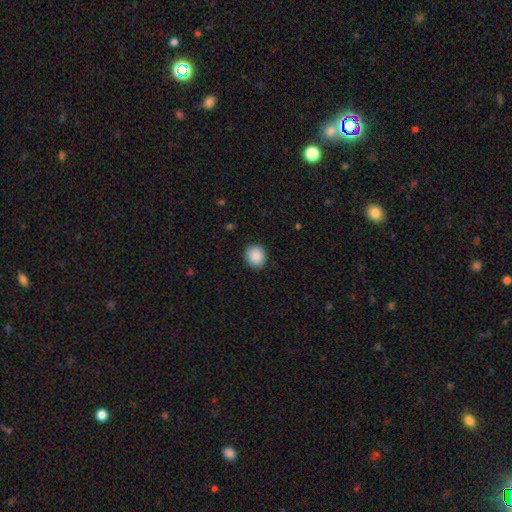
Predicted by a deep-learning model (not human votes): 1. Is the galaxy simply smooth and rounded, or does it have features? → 90% smooth, 8% star or artifact, 3% featured or disk.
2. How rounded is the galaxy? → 86% round, 13% in between, 1% cigar-shaped.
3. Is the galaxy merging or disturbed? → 90% none, 7% minor disturbance, 2% major disturbance, 1% merger.